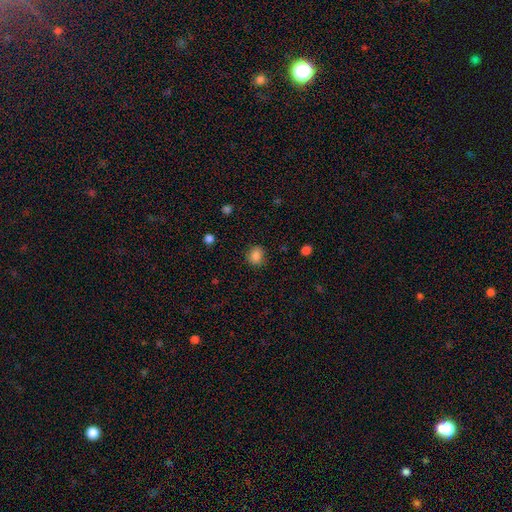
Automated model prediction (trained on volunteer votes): smooth 85%, star or artifact 11%, featured or disk 4%. Down the decision tree: how rounded — round (69%); merging — none (84%).